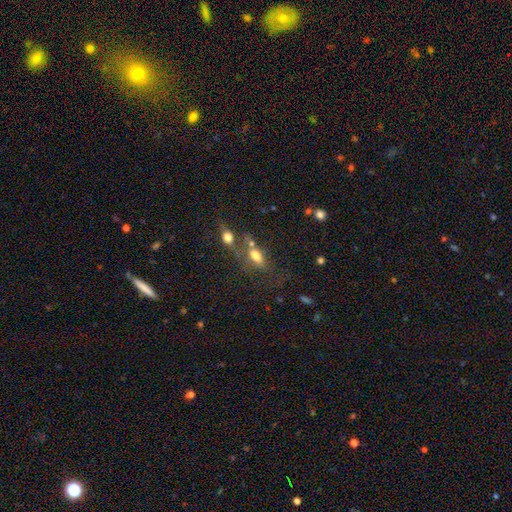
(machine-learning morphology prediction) A smooth galaxy with no disk features (67%) that is in between round and cigar-shaped (76%). Merging: none (42%).